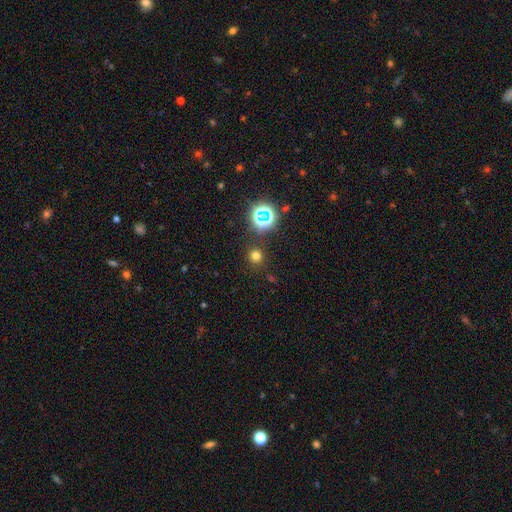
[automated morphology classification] type=smooth (68%); roundness=round (93%); merging=none (87%).